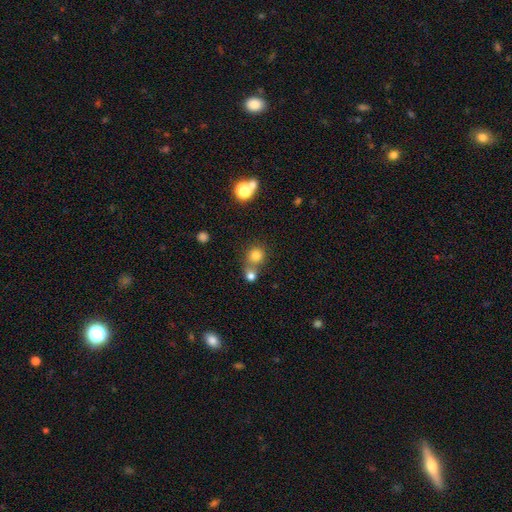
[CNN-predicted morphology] Q: Smooth or featured?
A: smooth (78%); runner-up: star or artifact (14%)
Q: How rounded?
A: round (87%); runner-up: in between (12%)
Q: Merging?
A: none (51%); runner-up: merger (38%)